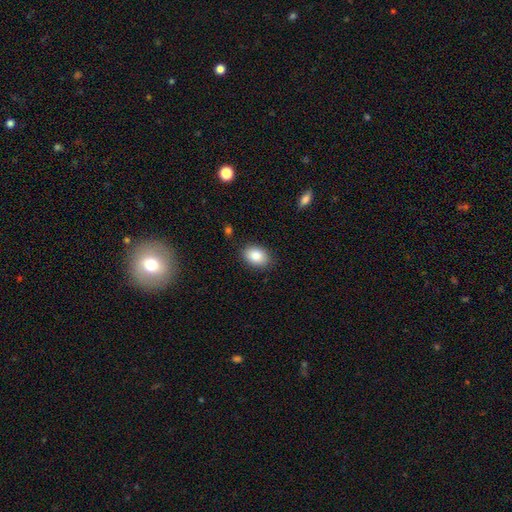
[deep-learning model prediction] The model was most divided on "how rounded": in between: 80%, round: 19%, cigar-shaped: 1%. More confident: smooth or featured — smooth (86%); merging — none (84%).